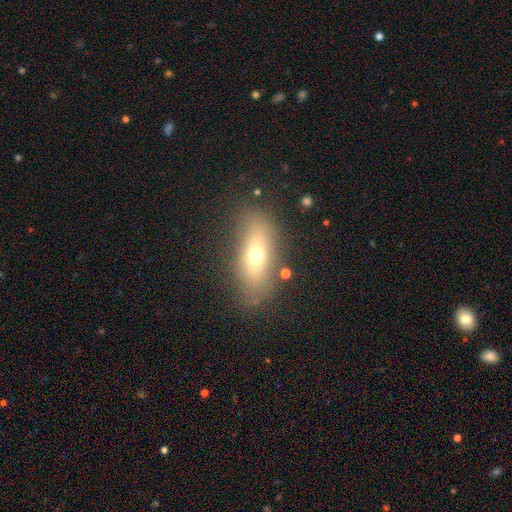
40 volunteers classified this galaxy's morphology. This appears to be a smooth galaxy with no disk features (52%) that is in between round and cigar-shaped (48%). Merging: none (80%).